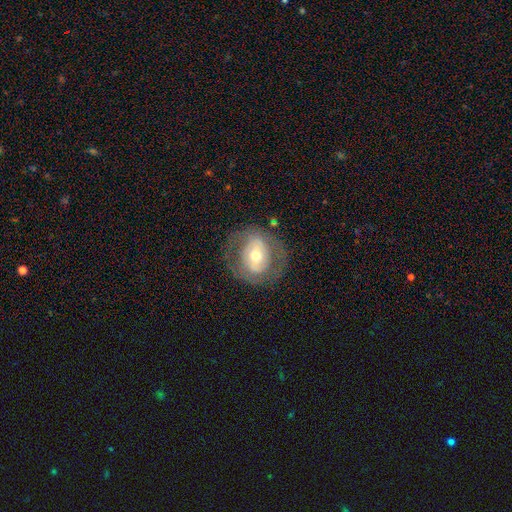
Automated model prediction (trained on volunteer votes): Smooth or featured? featured or disk (56%)
Edge-on disk? no (94%)
Bar? no (55%)
Spiral arms? no (71%)
Bulge size? moderate (65%)
Merging? none (74%)